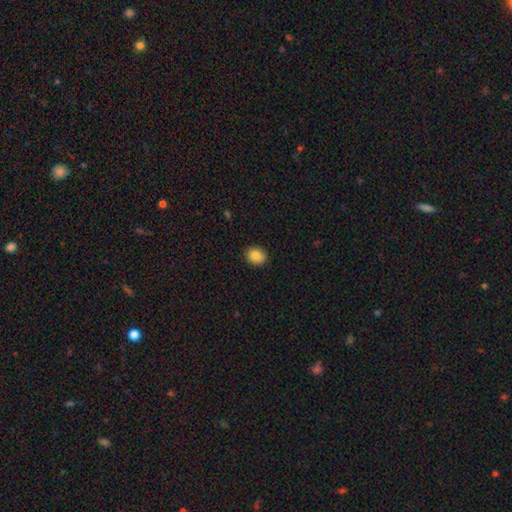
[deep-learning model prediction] smooth-or-featured: smooth: 86% | star or artifact: 8% | featured or disk: 6%
  how-rounded: in between: 50% | round: 49% | cigar-shaped: 1%
  merging: none: 90% | minor disturbance: 7% | major disturbance: 2% | merger: 1%